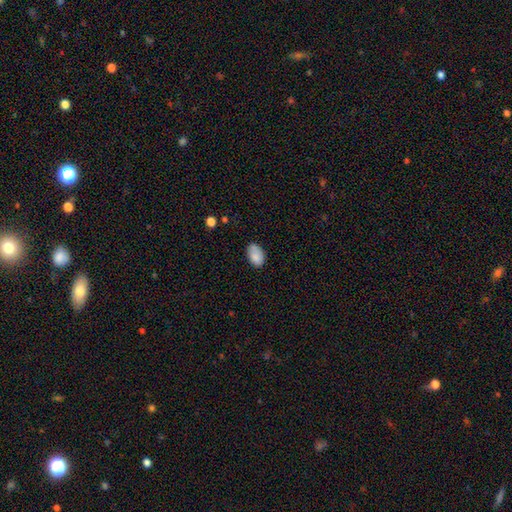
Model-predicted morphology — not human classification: This is clearly a smooth galaxy (84%). How rounded: clearly in between (91%). Merging: likely none (69%).